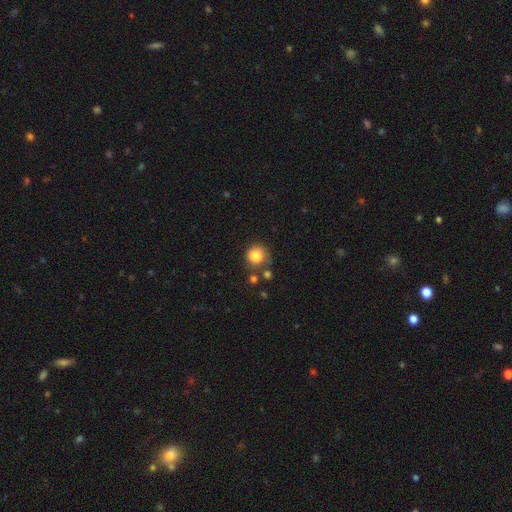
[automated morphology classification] smooth 84%, star or artifact 9%, featured or disk 7%. Down the decision tree: how rounded — round (90%); merging — none (65%).